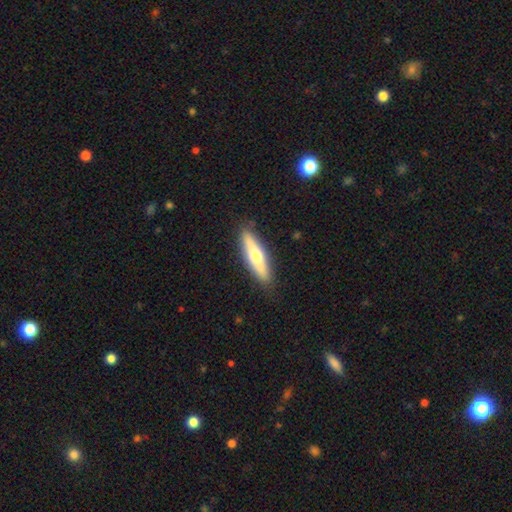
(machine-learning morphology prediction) Q: Smooth or featured?
A: smooth (49%); runner-up: featured or disk (46%)
Q: Merging?
A: none (89%); runner-up: minor disturbance (8%)